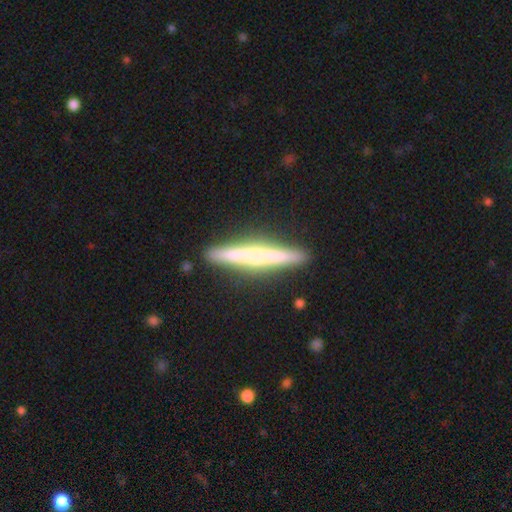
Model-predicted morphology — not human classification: A featured or disk galaxy (60%) viewed edge-on (97%) with a rounded central bulge (55%).

Vote fractions:
- Smooth or featured? featured or disk: 60% / smooth: 34% / star or artifact: 6%
- Edge-on disk? yes: 97% / no: 3%
- Edge-on bulge? rounded: 55% / none: 33% / boxy: 12%
- Merging? none: 91% / minor disturbance: 6% / merger: 1% / major disturbance: 1%